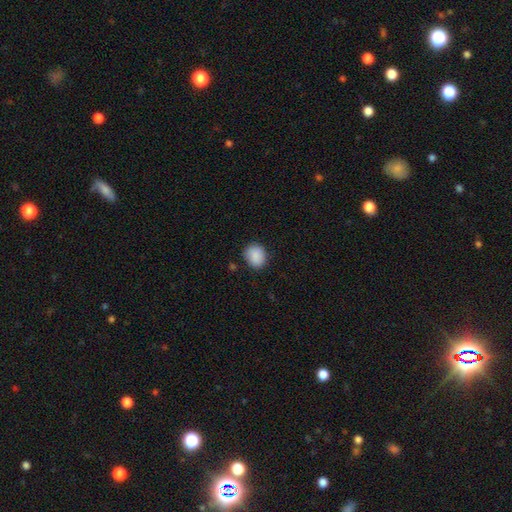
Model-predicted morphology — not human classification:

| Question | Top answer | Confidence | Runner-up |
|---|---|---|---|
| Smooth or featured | smooth | 89% | star or artifact (7%) |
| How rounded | round | 67% | in between (32%) |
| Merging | none | 81% | minor disturbance (14%) |